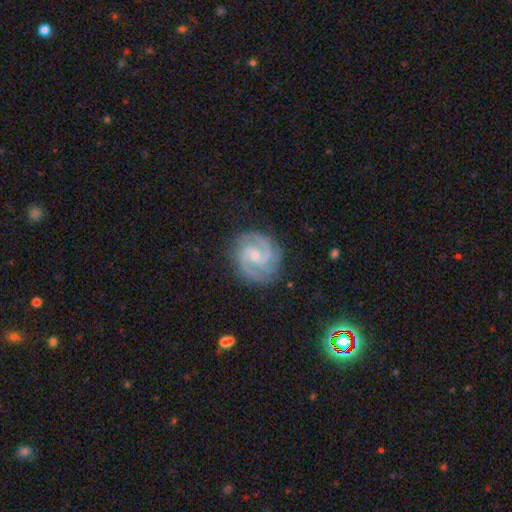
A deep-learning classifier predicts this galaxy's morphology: featured or disk 92%, star or artifact 4%, smooth 4%. Down the decision tree: edge-on disk — no (98%); bar — no (46%); spiral arms — yes (99%); spiral arm count — 2 (87%); spiral winding — medium (49%); bulge size — small (62%); merging — none (84%).